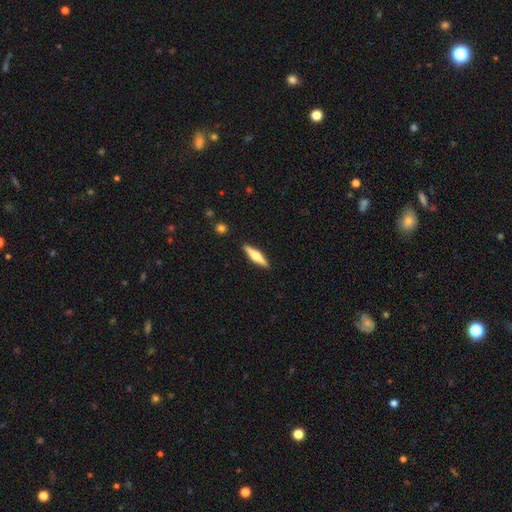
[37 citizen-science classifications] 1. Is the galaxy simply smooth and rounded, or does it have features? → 70% featured or disk, 30% smooth, 0% star or artifact.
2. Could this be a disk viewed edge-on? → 100% yes, 0% no.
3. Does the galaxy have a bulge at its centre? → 81% rounded, 19% boxy, 0% none.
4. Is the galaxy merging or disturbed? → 84% none, 16% minor disturbance, 0% major disturbance, 0% merger.